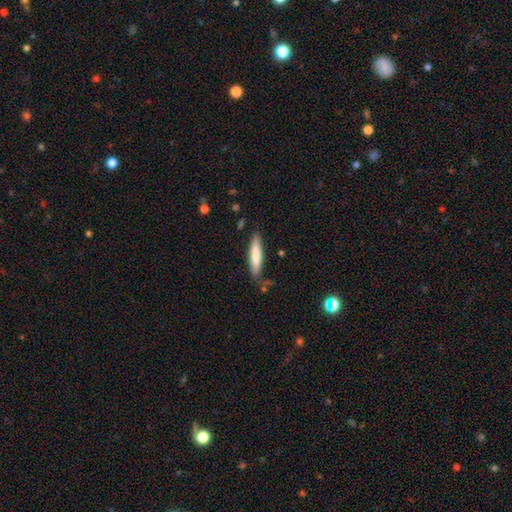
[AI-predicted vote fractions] Smooth or featured? Predicted: smooth (p=0.79). How rounded? Predicted: cigar-shaped (p=0.81). Merging? Predicted: none (p=0.80).